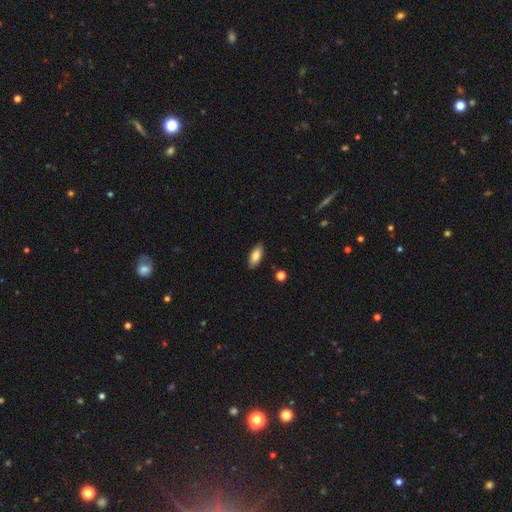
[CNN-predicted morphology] Smooth or featured? smooth (77%)
How rounded? in between (84%)
Merging? none (87%)